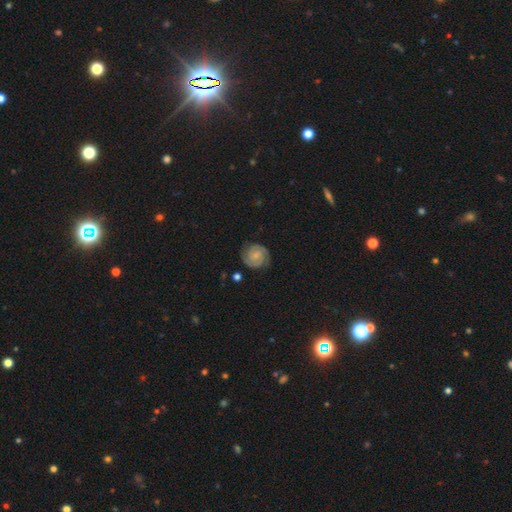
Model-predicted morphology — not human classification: Smooth or featured?
  - featured or disk: 77% *
  - smooth: 17%
  - star or artifact: 6%
Edge-on disk?
  - no: 98% *
  - yes: 2%
Bar?
  - no: 65% *
  - weak: 29%
  - strong: 6%
Spiral arms?
  - yes: 96% *
  - no: 4%
Spiral winding?
  - tight: 69% *
  - medium: 26%
  - loose: 5%
Spiral arm count?
  - 2: 73% *
  - can't tell: 10%
  - 3: 10%
  - 1: 3%
  - 4: 2%
  - more than 4: 2%
Bulge size?
  - small: 65% *
  - moderate: 19%
  - none: 13%
  - large: 2%
  - dominant: 1%
Merging?
  - none: 82% *
  - minor disturbance: 13%
  - major disturbance: 4%
  - merger: 2%